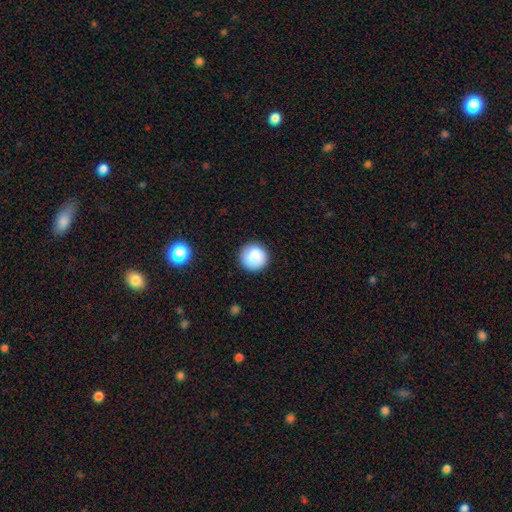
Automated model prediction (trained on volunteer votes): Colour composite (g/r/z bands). It shows a smooth galaxy with no disk features (85%) that is round (95%). Merging: none (87%).